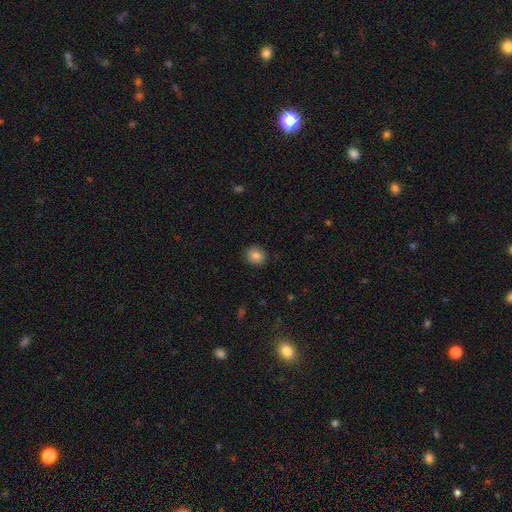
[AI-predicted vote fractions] smooth-or-featured: smooth: 82% | star or artifact: 10% | featured or disk: 8%
  how-rounded: round: 83% | in between: 16% | cigar-shaped: 1%
  merging: none: 87% | minor disturbance: 10% | major disturbance: 2% | merger: 1%